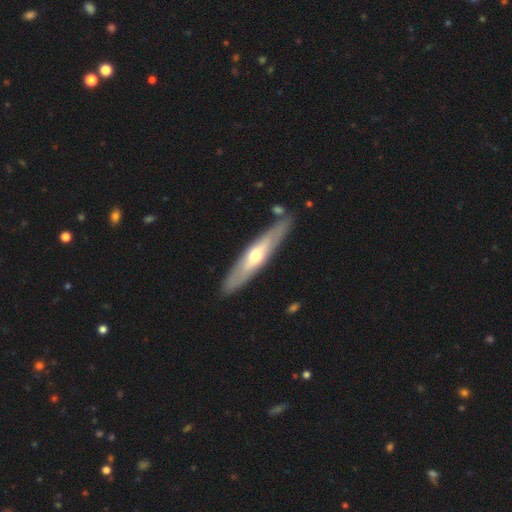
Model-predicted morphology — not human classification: A featured or disk galaxy (56%) viewed edge-on (81%).

Vote fractions:
- Smooth or featured? featured or disk: 56% / smooth: 39% / star or artifact: 5%
- Edge-on disk? yes: 81% / no: 19%
- Merging? none: 86% / minor disturbance: 9% / merger: 3% / major disturbance: 2%